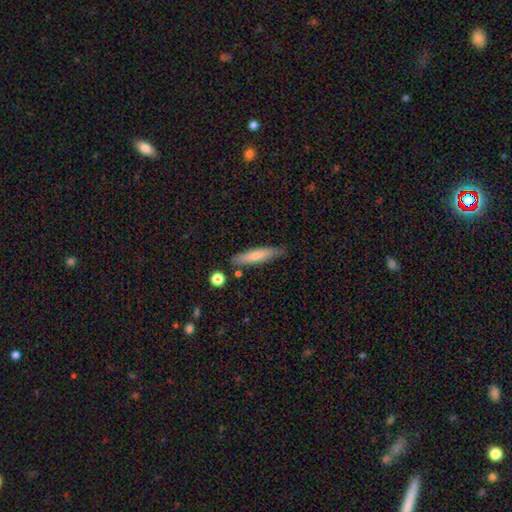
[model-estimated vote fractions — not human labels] This appears to be a smooth galaxy with no disk features (68%) that is cigar-shaped (82%). Merging: none (78%).